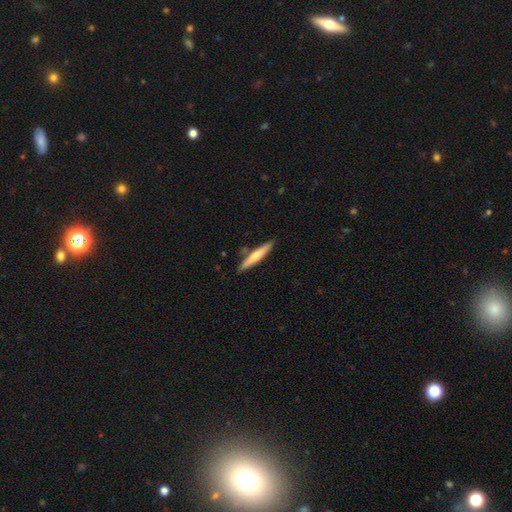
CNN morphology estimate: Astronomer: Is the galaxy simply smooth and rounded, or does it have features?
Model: smooth — 54% (runner-up: featured or disk, 41%).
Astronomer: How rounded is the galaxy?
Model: cigar-shaped — 92%.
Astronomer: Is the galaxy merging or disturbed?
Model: none — 84%.